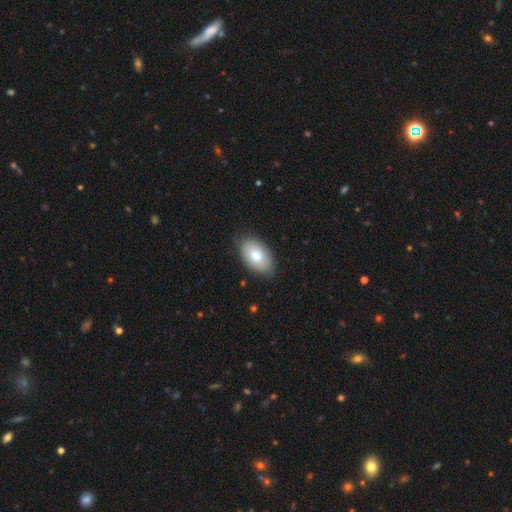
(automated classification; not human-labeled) This is likely a smooth galaxy (73%). How rounded: clearly in between (92%). Merging: clearly none (84%).